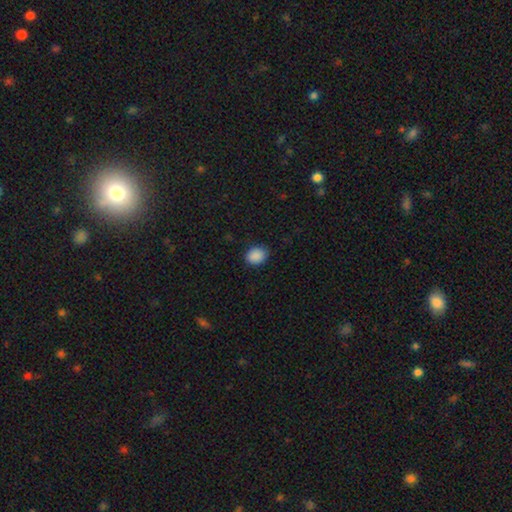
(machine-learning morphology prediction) This appears to be a smooth galaxy with no disk features (89%) that is in between round and cigar-shaped (51%). Merging: none (88%).